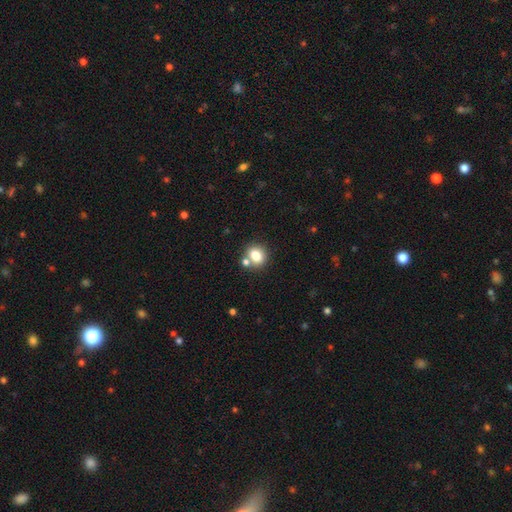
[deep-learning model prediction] smooth 79%, star or artifact 11%, featured or disk 11%. Down the decision tree: how rounded — round (64%); merging — none (65%).